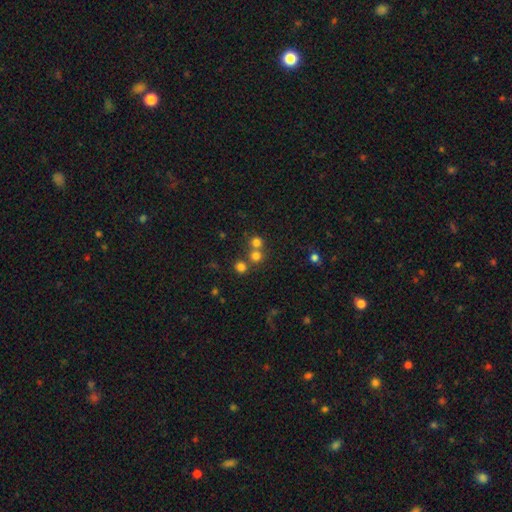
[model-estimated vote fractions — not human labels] smooth 69%, star or artifact 21%, featured or disk 9%. Down the decision tree: how rounded — round (91%); merging — none (58%).